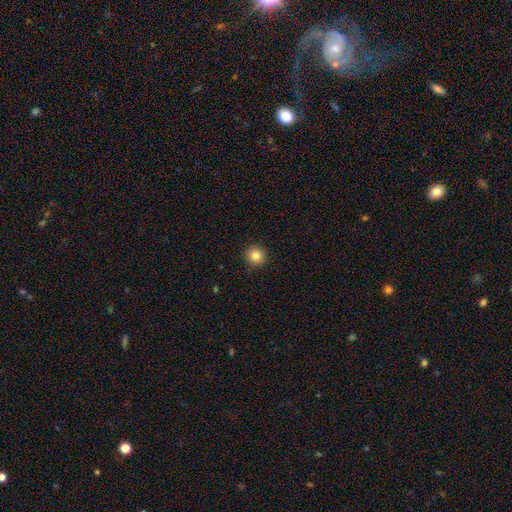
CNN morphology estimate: smooth-or-featured: smooth: 84% | star or artifact: 11% | featured or disk: 5%
  how-rounded: round: 94% | in between: 5% | cigar-shaped: 1%
  merging: none: 91% | minor disturbance: 6% | major disturbance: 2% | merger: 1%